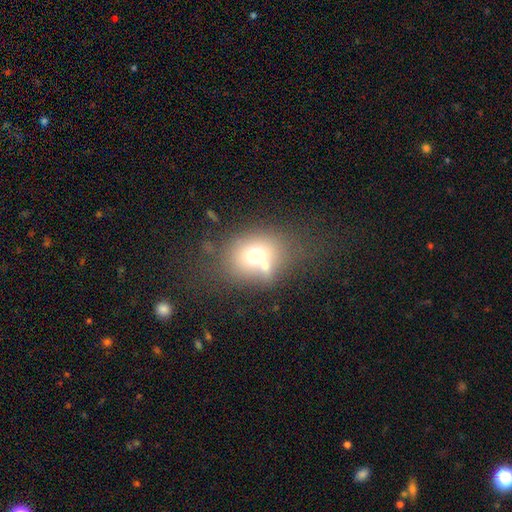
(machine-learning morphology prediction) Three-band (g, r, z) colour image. It shows a smooth galaxy with no disk features (66%) that is round (51%). Merging: none (47%).